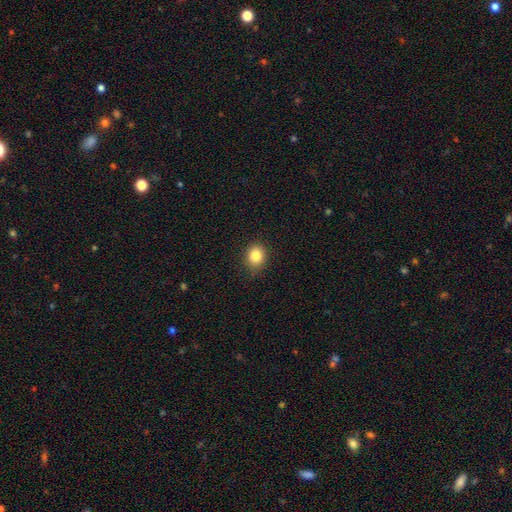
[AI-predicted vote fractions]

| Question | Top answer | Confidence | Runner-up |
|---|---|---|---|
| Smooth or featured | smooth | 84% | star or artifact (10%) |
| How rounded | round | 62% | in between (37%) |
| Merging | none | 85% | minor disturbance (11%) |